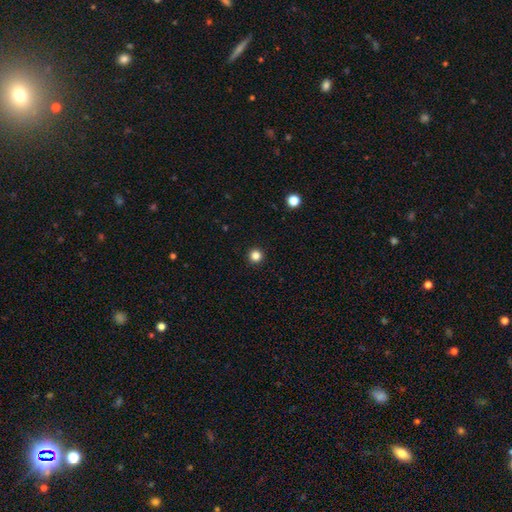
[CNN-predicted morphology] smooth-or-featured: smooth: 84% | star or artifact: 13% | featured or disk: 4%
  how-rounded: round: 97% | in between: 2% | cigar-shaped: 1%
  merging: none: 94% | minor disturbance: 4% | major disturbance: 1% | merger: 1%